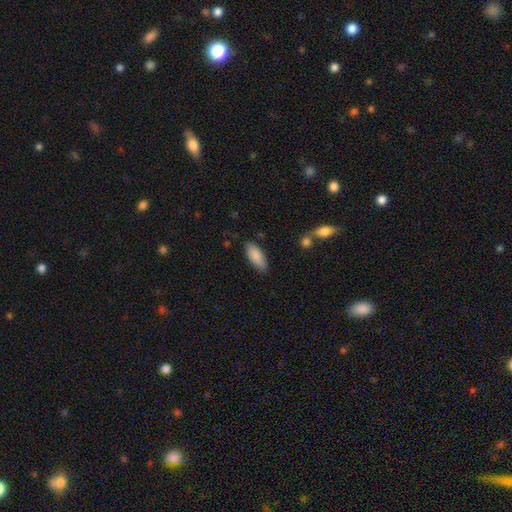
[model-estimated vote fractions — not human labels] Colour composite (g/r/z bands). It shows a smooth galaxy with no disk features (87%) that is in between round and cigar-shaped (80%). Merging: none (80%).